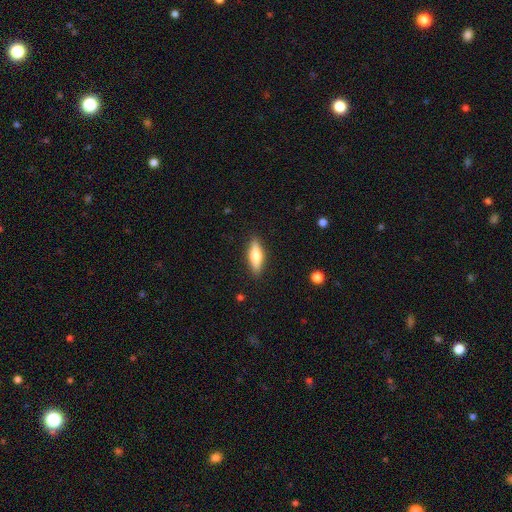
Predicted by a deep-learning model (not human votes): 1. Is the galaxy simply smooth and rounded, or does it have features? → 61% smooth, 33% featured or disk, 6% star or artifact.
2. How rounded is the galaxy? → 52% in between, 45% cigar-shaped, 3% round.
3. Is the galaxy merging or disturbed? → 88% none, 8% minor disturbance, 2% major disturbance, 1% merger.